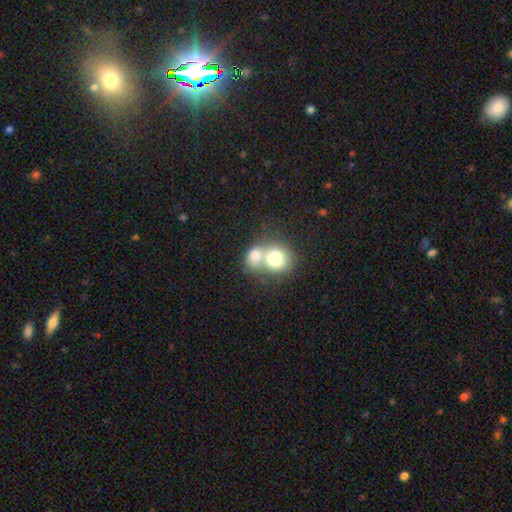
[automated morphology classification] Smooth or featured?
  - smooth: 72% *
  - featured or disk: 18%
  - star or artifact: 9%
How rounded?
  - round: 68% *
  - in between: 31%
  - cigar-shaped: 1%
Merging?
  - merger: 69% *
  - none: 22%
  - minor disturbance: 6%
  - major disturbance: 3%